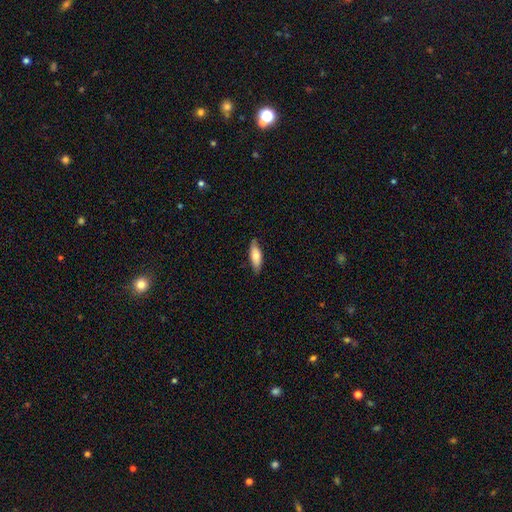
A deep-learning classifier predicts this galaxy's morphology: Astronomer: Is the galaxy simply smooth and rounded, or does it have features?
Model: smooth — 72%.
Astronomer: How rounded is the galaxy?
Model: in between — 66%.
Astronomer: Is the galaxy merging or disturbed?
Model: none — 76%.